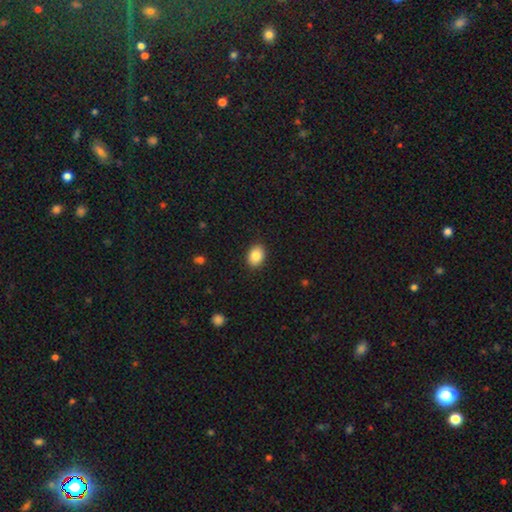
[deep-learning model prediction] This appears to be a smooth galaxy with no disk features (86%) that is in between round and cigar-shaped (69%). Merging: none (90%).